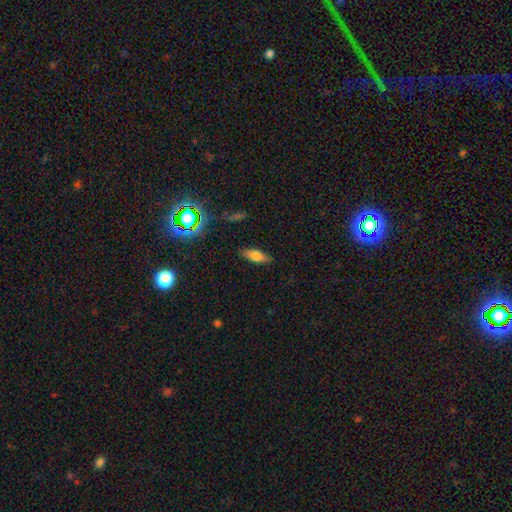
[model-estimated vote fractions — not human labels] The model was most divided on "how rounded": in between: 66%, cigar-shaped: 31%, round: 3%. More confident: merging — none (86%); smooth or featured — smooth (67%).